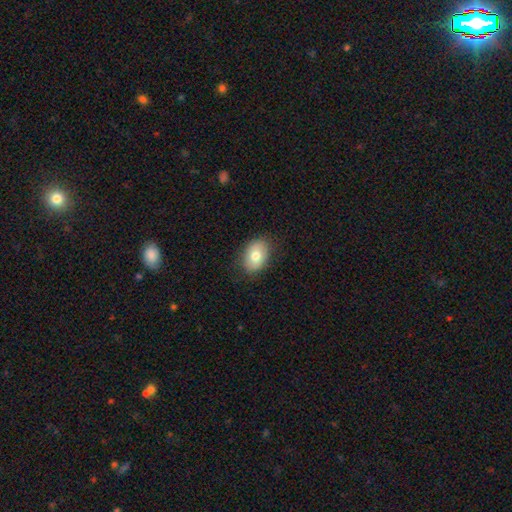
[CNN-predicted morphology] The model was most divided on "how rounded": in between: 79%, round: 20%, cigar-shaped: 1%. More confident: merging — none (85%); smooth or featured — smooth (77%).